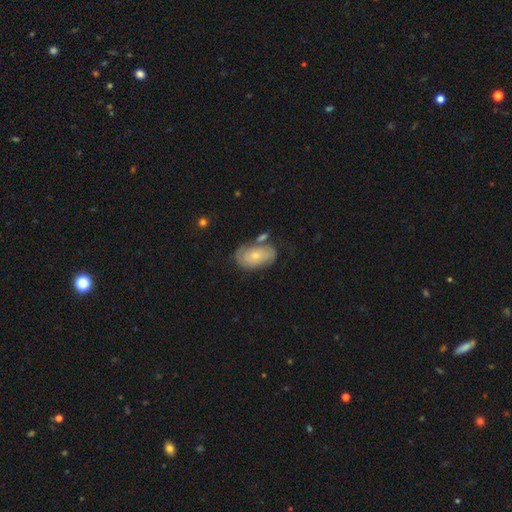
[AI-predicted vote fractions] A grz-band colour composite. It shows a featured or disk galaxy (53%) with no bar (81%), spiral arms (75%) and a small central bulge (58%). Merging: none (61%).